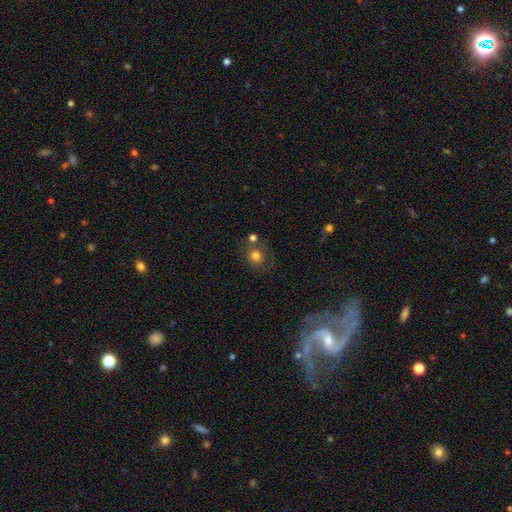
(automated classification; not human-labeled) The model was most divided on "merging": none: 63%, merger: 17%, minor disturbance: 14%, major disturbance: 7%. More confident: how rounded — round (80%); smooth or featured — smooth (75%).